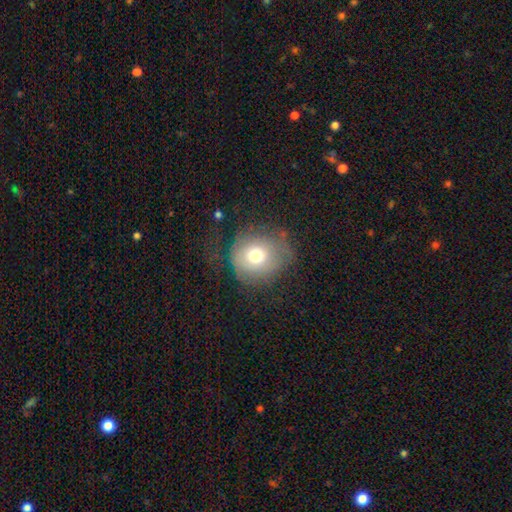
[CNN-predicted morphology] Q: Smooth or featured?
A: smooth (67%); runner-up: featured or disk (20%)
Q: How rounded?
A: round (83%); runner-up: in between (17%)
Q: Merging?
A: none (56%); runner-up: minor disturbance (23%)